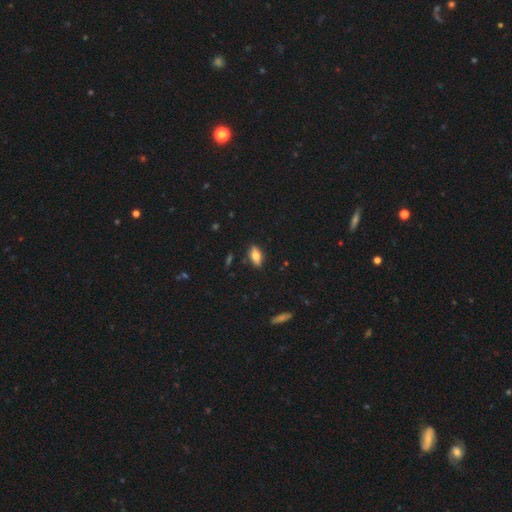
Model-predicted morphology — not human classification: This is likely a smooth galaxy (68%). How rounded: clearly in between (83%). Merging: clearly none (85%).